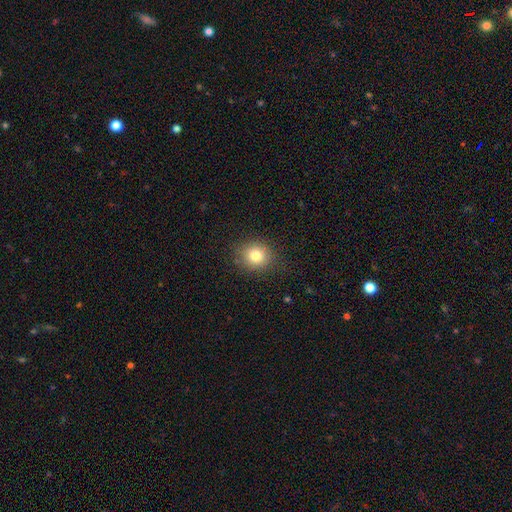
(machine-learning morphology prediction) type=smooth (80%); roundness=round (79%); merging=none (85%).